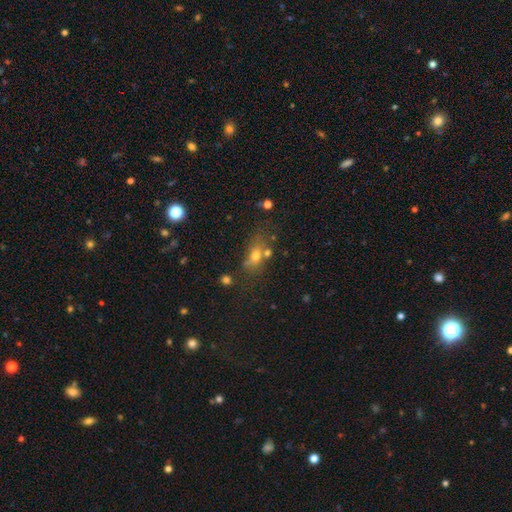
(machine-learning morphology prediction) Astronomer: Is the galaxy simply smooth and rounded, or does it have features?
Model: smooth — 59%.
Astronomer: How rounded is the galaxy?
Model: in between — 59%.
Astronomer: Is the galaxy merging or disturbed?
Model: none — 44% (runner-up: merger, 23%).